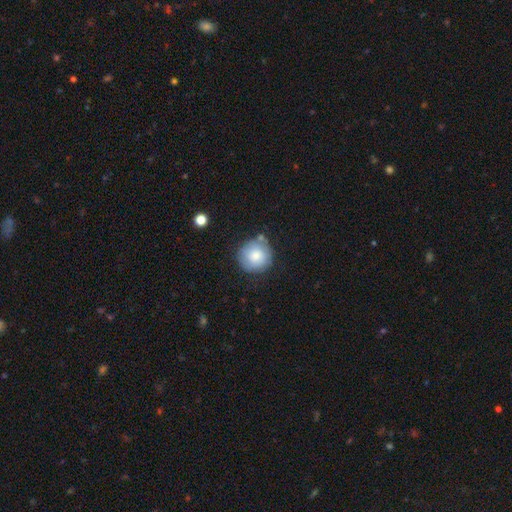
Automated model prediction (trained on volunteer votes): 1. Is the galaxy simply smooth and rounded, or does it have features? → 76% smooth, 17% featured or disk, 7% star or artifact.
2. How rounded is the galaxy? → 93% round, 6% in between, 1% cigar-shaped.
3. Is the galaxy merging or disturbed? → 71% none, 18% minor disturbance, 6% merger, 5% major disturbance.